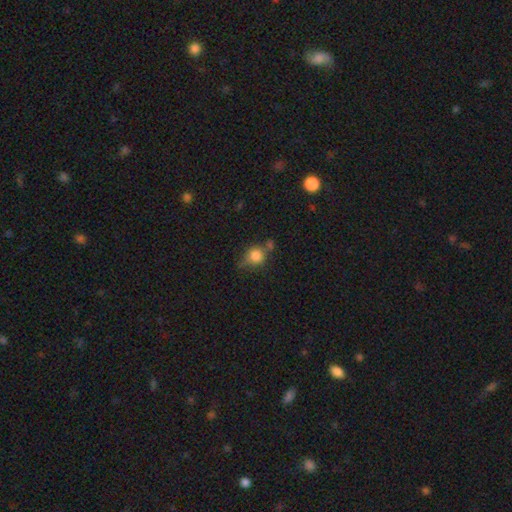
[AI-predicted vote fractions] Morphology: type=smooth (78%); roundness=round (76%); merging=none (52%).